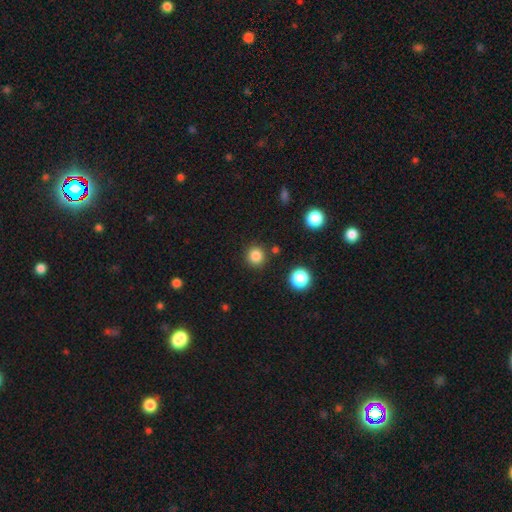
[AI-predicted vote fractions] Smooth or featured? Predicted: smooth (p=0.84). How rounded? Predicted: round (p=0.94). Merging? Predicted: none (p=0.89).